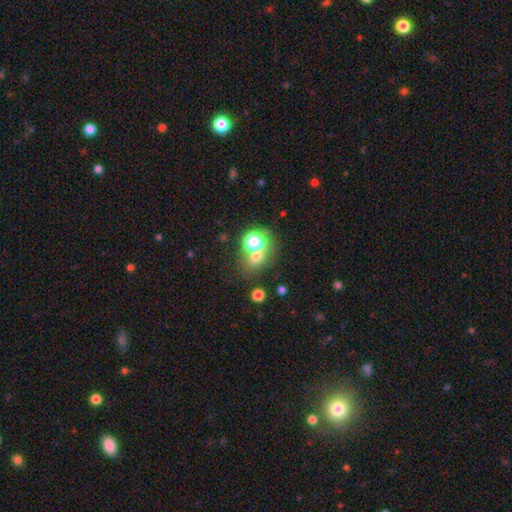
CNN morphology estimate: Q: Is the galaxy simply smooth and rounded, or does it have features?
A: smooth — 62%.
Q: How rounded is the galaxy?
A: round — 62%.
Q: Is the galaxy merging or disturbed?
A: none — 50%.